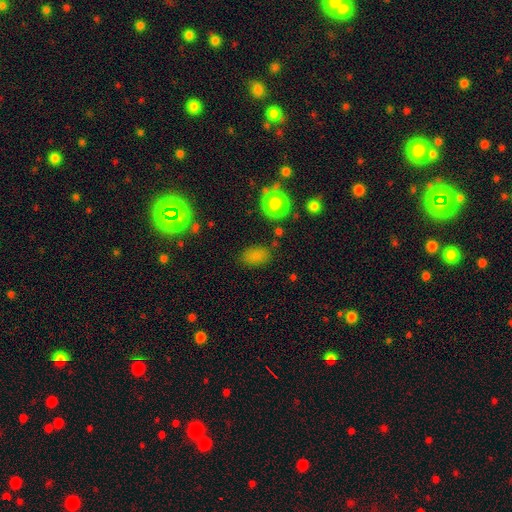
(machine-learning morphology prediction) Smooth or featured?
  - smooth: 81% *
  - star or artifact: 14%
  - featured or disk: 5%
How rounded?
  - in between: 84% *
  - round: 14%
  - cigar-shaped: 2%
Merging?
  - none: 79% *
  - minor disturbance: 13%
  - major disturbance: 4%
  - merger: 3%